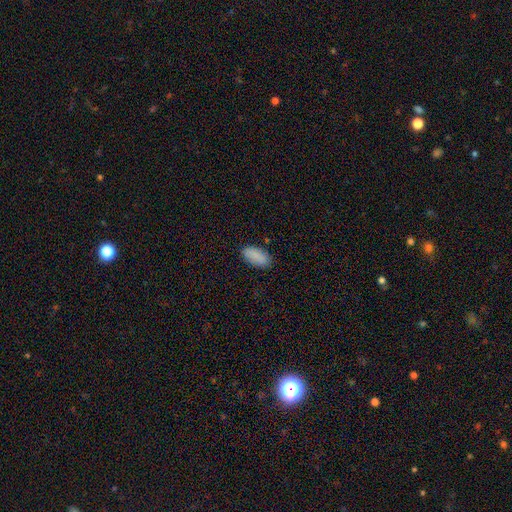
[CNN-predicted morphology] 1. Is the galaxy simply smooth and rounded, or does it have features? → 88% smooth, 7% star or artifact, 4% featured or disk.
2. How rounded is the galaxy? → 91% in between, 7% cigar-shaped, 2% round.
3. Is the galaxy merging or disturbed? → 85% none, 12% minor disturbance, 3% major disturbance, 1% merger.